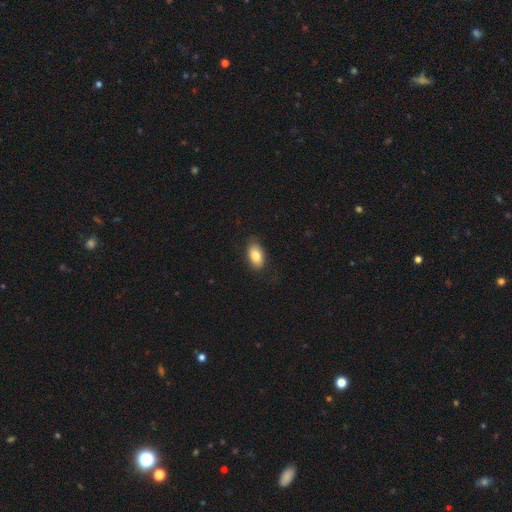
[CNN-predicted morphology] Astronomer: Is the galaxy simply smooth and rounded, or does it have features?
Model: smooth — 84%.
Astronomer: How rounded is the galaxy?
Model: in between — 92%.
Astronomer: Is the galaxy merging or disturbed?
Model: none — 85%.